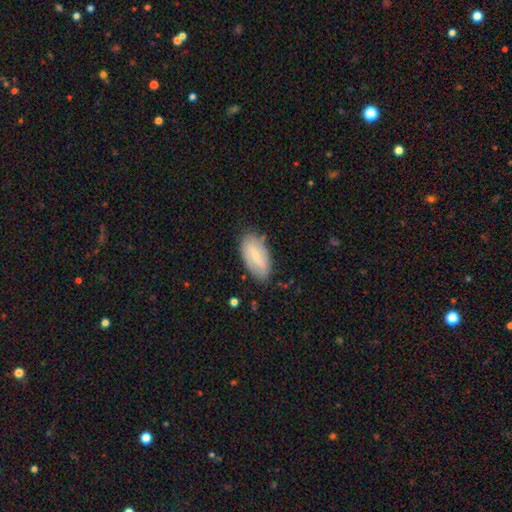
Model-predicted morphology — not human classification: Smooth or featured? smooth (49%)
Merging? none (78%)